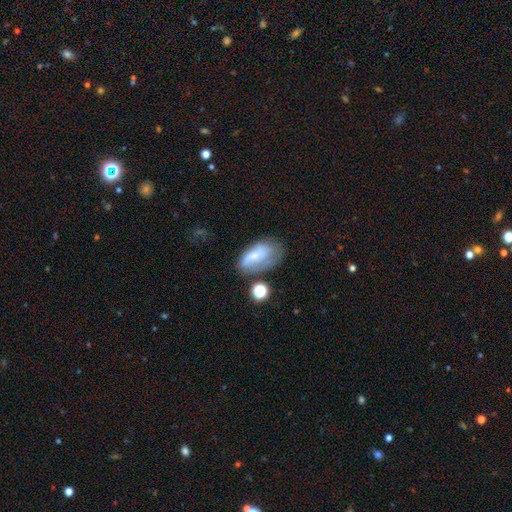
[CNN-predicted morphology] A smooth galaxy with no disk features (53%) that is in between round and cigar-shaped (90%). Merging: none (45%).